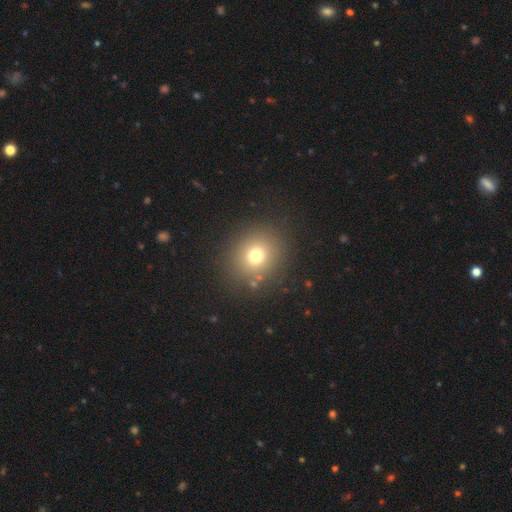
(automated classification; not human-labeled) smooth 72%, star or artifact 18%, featured or disk 11%. Down the decision tree: how rounded — round (85%); merging — none (86%).